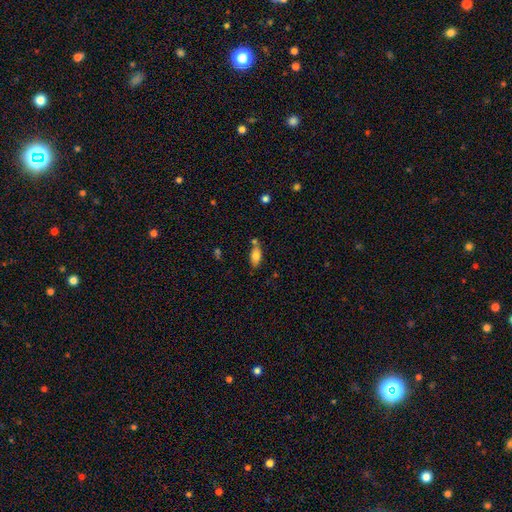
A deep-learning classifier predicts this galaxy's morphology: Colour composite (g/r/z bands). It shows a smooth galaxy with no disk features (81%) that is in between round and cigar-shaped (87%). Merging: none (53%).